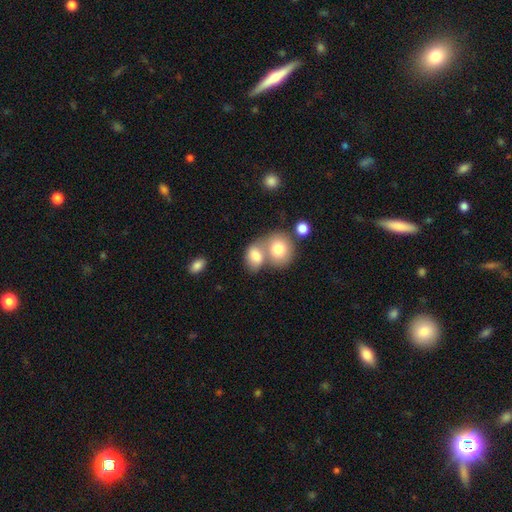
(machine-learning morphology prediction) This is likely a smooth galaxy (79%). How rounded: likely in between (64%). Merging: possibly merger (58%).